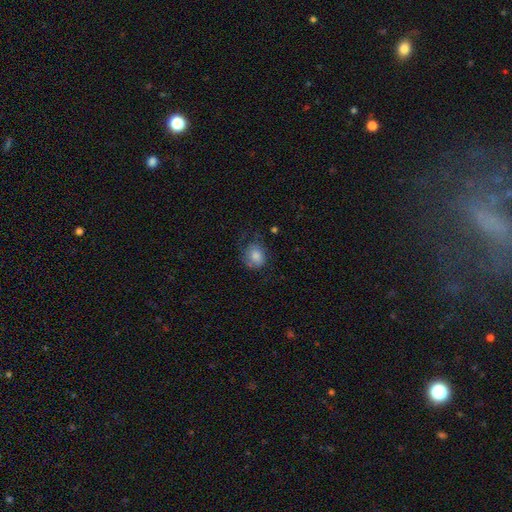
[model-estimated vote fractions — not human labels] smooth_or_featured: smooth (p=0.73) [alt: featured or disk p=0.18]
how_rounded: round (p=0.60) [alt: in between p=0.39]
merging: none (p=0.54) [alt: minor disturbance p=0.26]